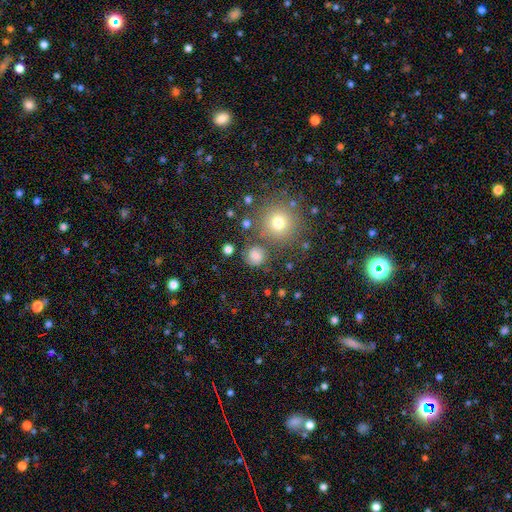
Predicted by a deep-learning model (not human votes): A smooth galaxy with no disk features (68%) that is round (88%). Merging: none (75%).